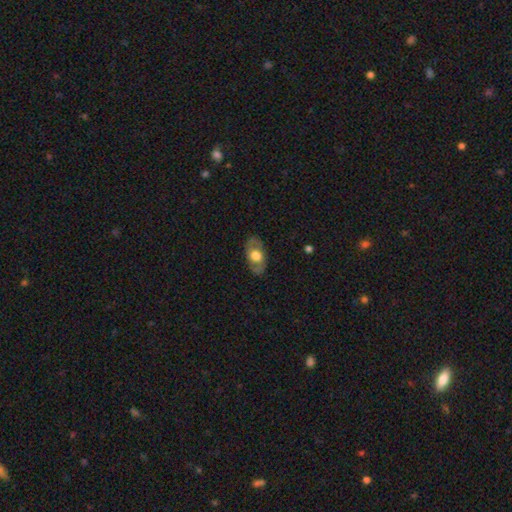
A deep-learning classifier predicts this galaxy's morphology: smooth_or_featured: featured or disk (p=0.50) [alt: smooth p=0.44]
merging: none (p=0.81) [alt: minor disturbance p=0.14]